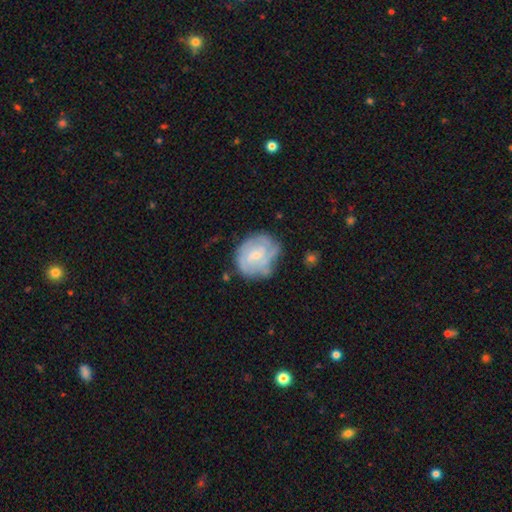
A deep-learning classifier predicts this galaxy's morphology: Overall: featured or disk (66%; smooth 28%). Edge-on disk: no (98%). Bar: no (58%; weak 37%). Spiral arms: yes (77%). Bulge size: small (61%; moderate 32%). Merging: none (59%; minor disturbance 26%).